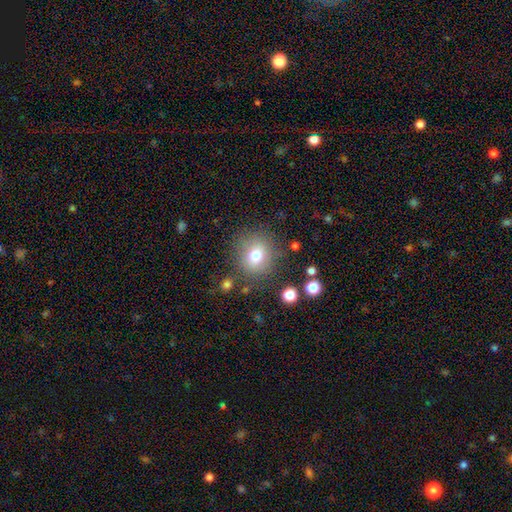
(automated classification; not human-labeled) This appears to be a smooth galaxy with no disk features (72%) that is round (84%). Merging: none (81%).